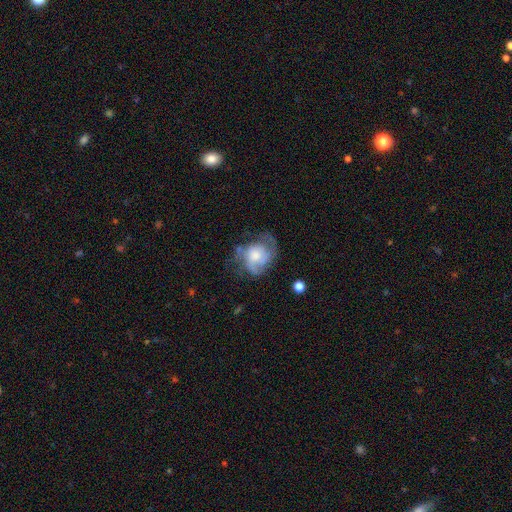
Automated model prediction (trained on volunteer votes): Smooth or featured: featured or disk — 50% (smooth — 42%)
Edge-on disk: no — 97% (yes — 3%)
Merging: none — 38% (major disturbance — 30%)